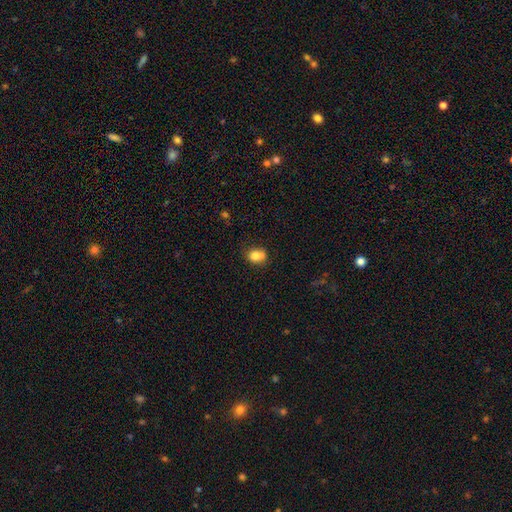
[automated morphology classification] A smooth galaxy with no disk features (78%) that is round (54%).

Vote fractions:
- Smooth or featured? smooth: 78% / featured or disk: 11% / star or artifact: 10%
- How rounded? round: 54% / in between: 45% / cigar-shaped: 1%
- Merging? none: 51% / minor disturbance: 23% / merger: 19% / major disturbance: 7%